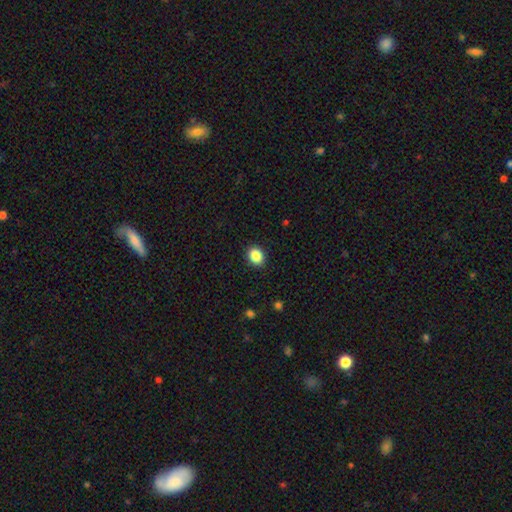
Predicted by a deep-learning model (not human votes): This is clearly a smooth galaxy (87%). How rounded: possibly in between (53%). Merging: clearly none (90%).